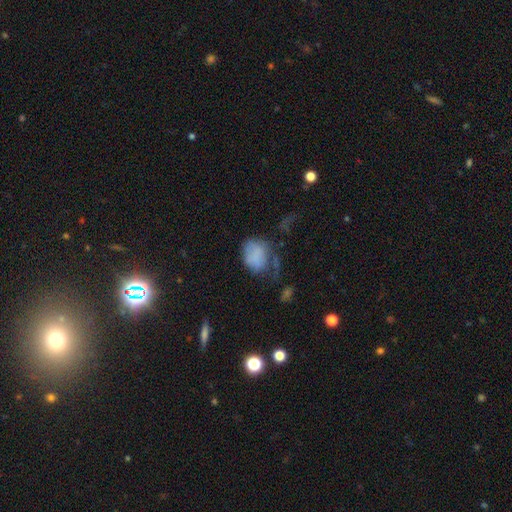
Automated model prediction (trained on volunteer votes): This is likely a smooth galaxy (71%). How rounded: possibly in between (60%). Merging: marginally major disturbance (36%).